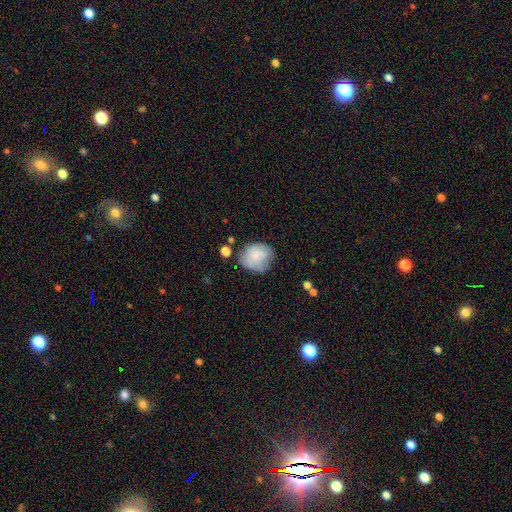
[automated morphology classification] smooth_or_featured: smooth (p=0.71) [alt: featured or disk p=0.21]
how_rounded: round (p=0.69) [alt: in between p=0.30]
merging: none (p=0.55) [alt: minor disturbance p=0.30]